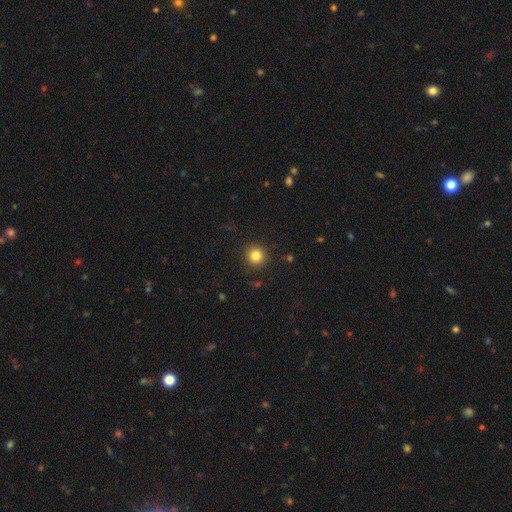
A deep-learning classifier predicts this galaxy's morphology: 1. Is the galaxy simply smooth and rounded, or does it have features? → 82% smooth, 12% star or artifact, 6% featured or disk.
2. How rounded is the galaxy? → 95% round, 5% in between, 1% cigar-shaped.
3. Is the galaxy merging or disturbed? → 90% none, 6% minor disturbance, 2% major disturbance, 1% merger.